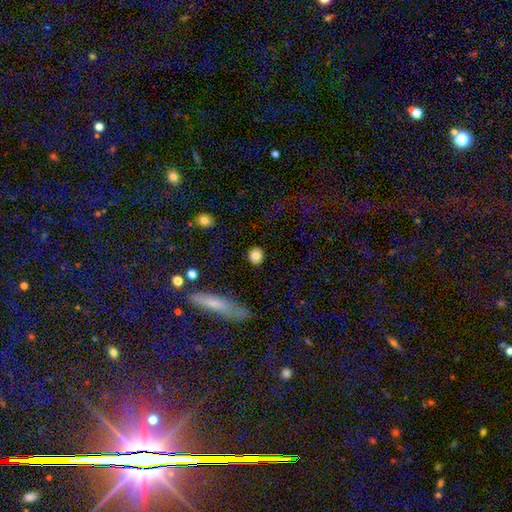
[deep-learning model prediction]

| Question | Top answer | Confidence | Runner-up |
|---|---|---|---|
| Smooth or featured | smooth | 82% | featured or disk (9%) |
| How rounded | round | 76% | in between (21%) |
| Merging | none | 87% | minor disturbance (8%) |